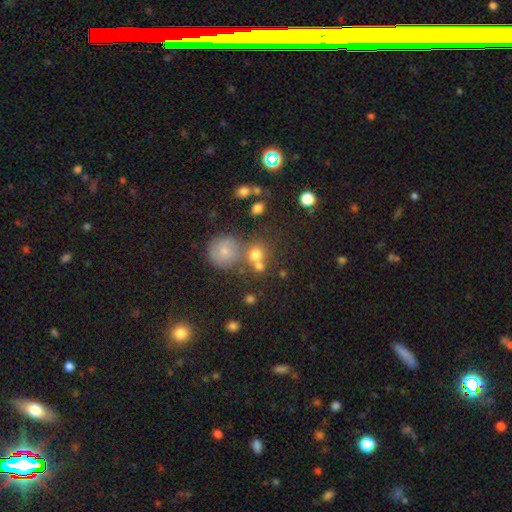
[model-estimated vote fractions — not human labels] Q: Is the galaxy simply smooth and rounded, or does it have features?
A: smooth — 74%.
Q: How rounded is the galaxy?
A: round — 83%.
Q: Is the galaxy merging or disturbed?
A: none — 53%.